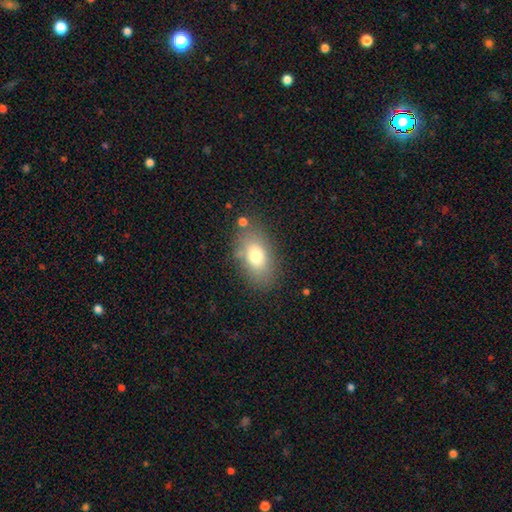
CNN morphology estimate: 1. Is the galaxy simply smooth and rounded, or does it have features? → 74% smooth, 15% featured or disk, 10% star or artifact.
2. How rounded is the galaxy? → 86% in between, 12% round, 2% cigar-shaped.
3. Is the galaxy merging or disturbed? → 77% none, 14% minor disturbance, 5% major disturbance, 4% merger.